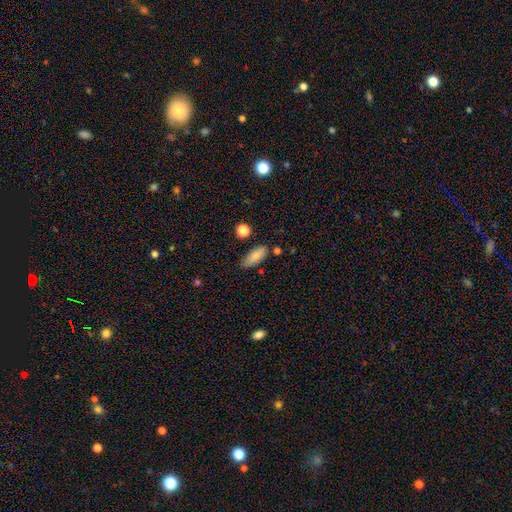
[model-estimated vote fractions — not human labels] A smooth galaxy with no disk features (82%) that is in between round and cigar-shaped (78%).

Vote fractions:
- Smooth or featured? smooth: 82% / featured or disk: 11% / star or artifact: 7%
- How rounded? in between: 78% / cigar-shaped: 19% / round: 3%
- Merging? none: 78% / minor disturbance: 15% / merger: 4% / major disturbance: 3%